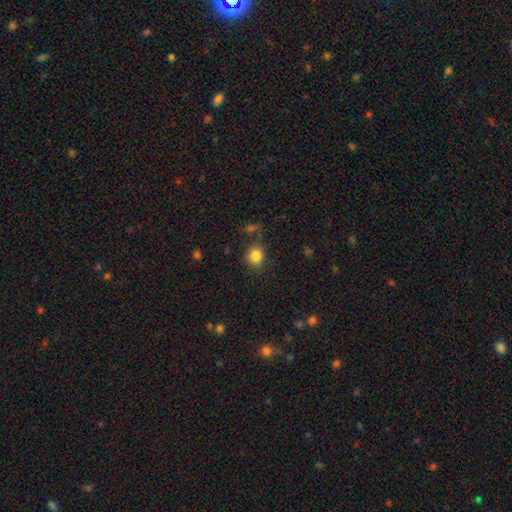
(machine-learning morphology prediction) Smooth or featured? smooth (84%)
How rounded? round (77%)
Merging? none (79%)